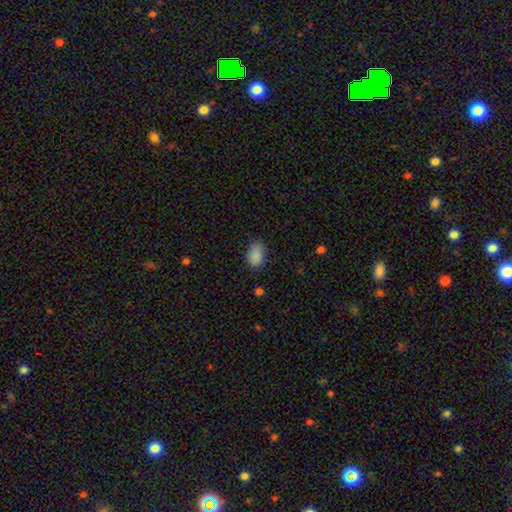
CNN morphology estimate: type=smooth (87%); roundness=in between (87%); merging=none (77%).